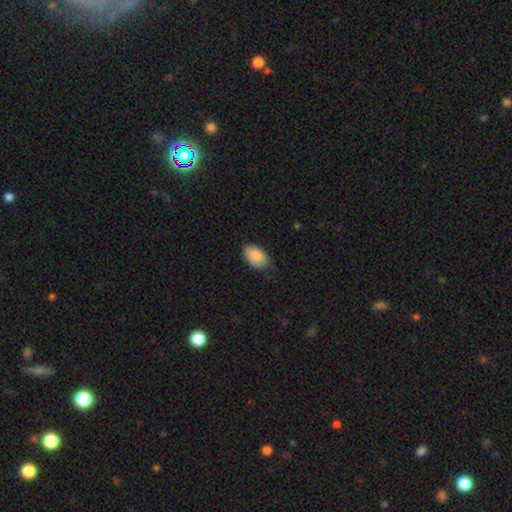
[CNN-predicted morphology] Q: Smooth or featured?
A: smooth (87%); runner-up: star or artifact (7%)
Q: How rounded?
A: in between (92%); runner-up: round (6%)
Q: Merging?
A: none (73%); runner-up: minor disturbance (23%)